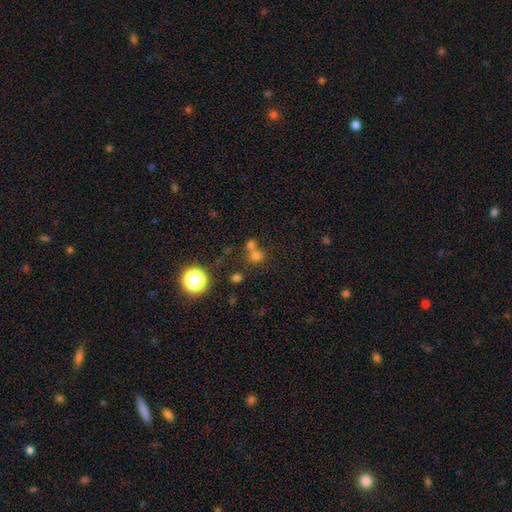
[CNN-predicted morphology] smooth-or-featured: smooth: 64% | star or artifact: 24% | featured or disk: 12%
  how-rounded: round: 80% | in between: 18% | cigar-shaped: 1%
  merging: merger: 45% (tied) | none: 45% (tied) | minor disturbance: 7% | major disturbance: 4%